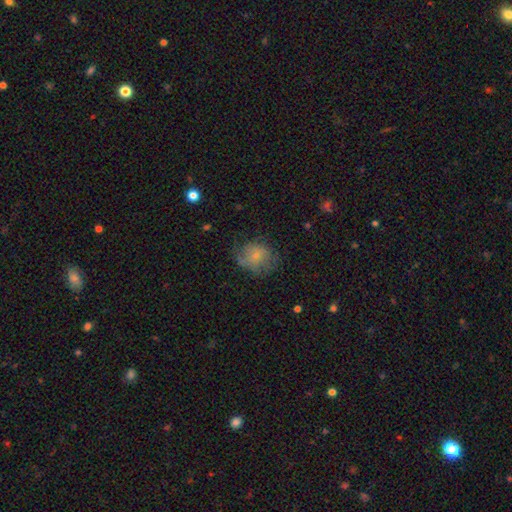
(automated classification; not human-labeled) Smooth or featured? smooth (61%)
How rounded? round (66%)
Merging? none (55%)